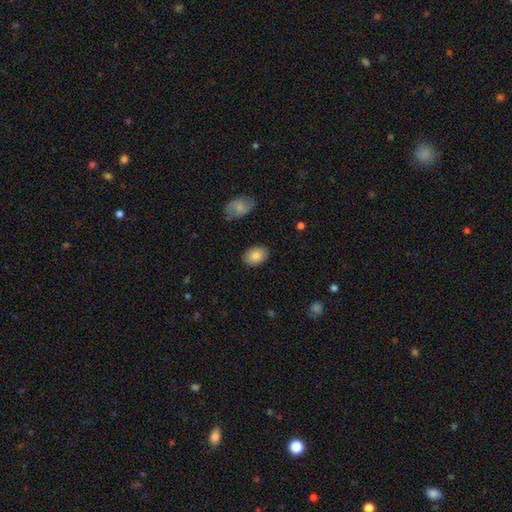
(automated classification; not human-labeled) smooth_or_featured: smooth (p=0.86) [alt: star or artifact p=0.07]
how_rounded: in between (p=0.80) [alt: round p=0.19]
merging: none (p=0.86) [alt: minor disturbance p=0.10]